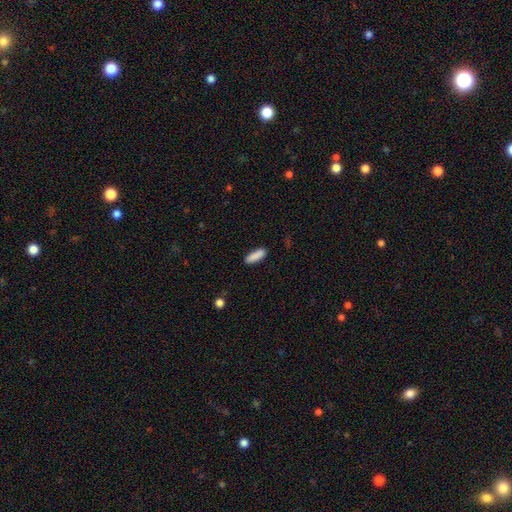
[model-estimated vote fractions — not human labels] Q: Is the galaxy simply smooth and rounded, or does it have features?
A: smooth — 89%.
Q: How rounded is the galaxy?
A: cigar-shaped — 54%.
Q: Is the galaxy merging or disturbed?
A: none — 88%.